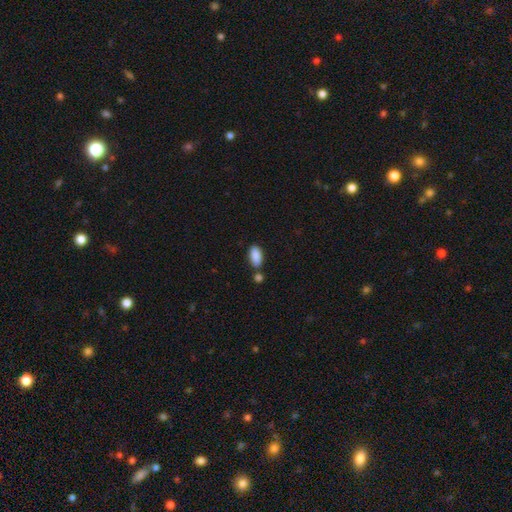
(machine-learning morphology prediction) Smooth or featured?
  - smooth: 89% *
  - star or artifact: 7%
  - featured or disk: 5%
How rounded?
  - in between: 92% *
  - cigar-shaped: 5%
  - round: 3%
Merging?
  - none: 69% *
  - merger: 16%
  - minor disturbance: 12%
  - major disturbance: 3%